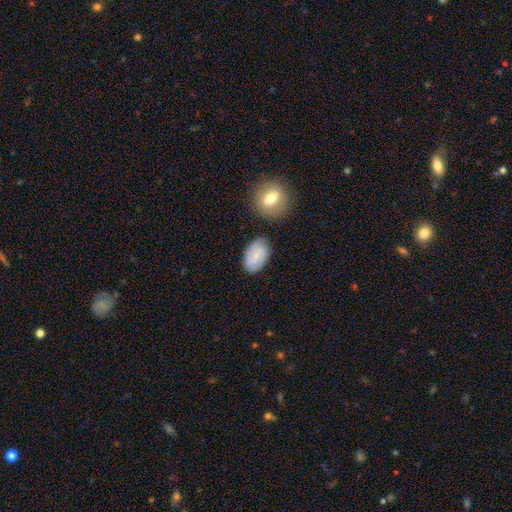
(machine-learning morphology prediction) This is possibly a smooth galaxy (51%). How rounded: clearly in between (90%). Merging: likely none (76%).